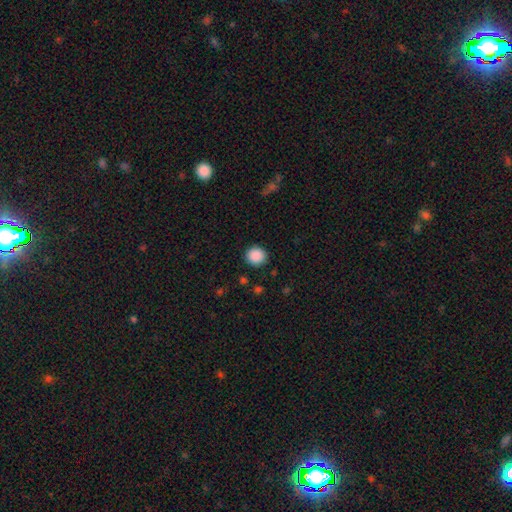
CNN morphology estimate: A smooth galaxy with no disk features (89%) that is round (89%).

Vote fractions:
- Smooth or featured? smooth: 89% / star or artifact: 9% / featured or disk: 3%
- How rounded? round: 89% / in between: 10% / cigar-shaped: 1%
- Merging? none: 90% / minor disturbance: 6% / major disturbance: 2% / merger: 1%